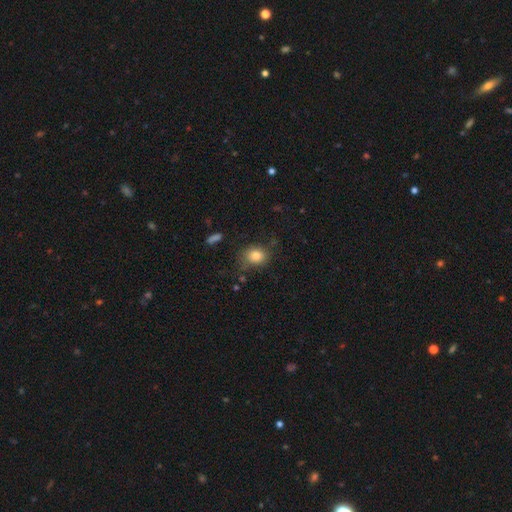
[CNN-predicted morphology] smooth-or-featured: smooth: 81% | star or artifact: 10% | featured or disk: 8%
  how-rounded: round: 57% | in between: 42% | cigar-shaped: 1%
  merging: none: 74% | minor disturbance: 18% | major disturbance: 5% | merger: 3%